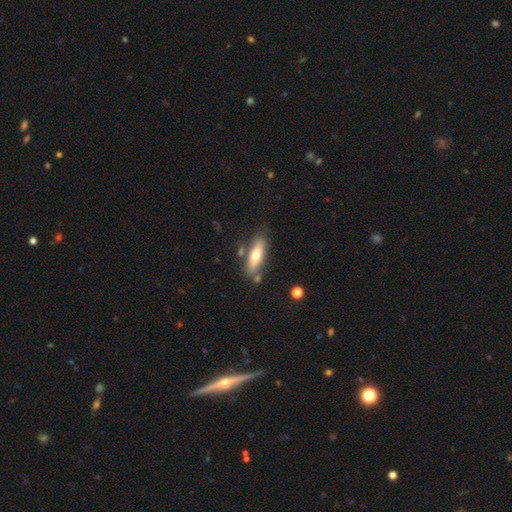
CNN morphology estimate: The model was most divided on "how rounded": cigar-shaped: 51%, in between: 47%, round: 2%. More confident: merging — none (76%); smooth or featured — smooth (58%).